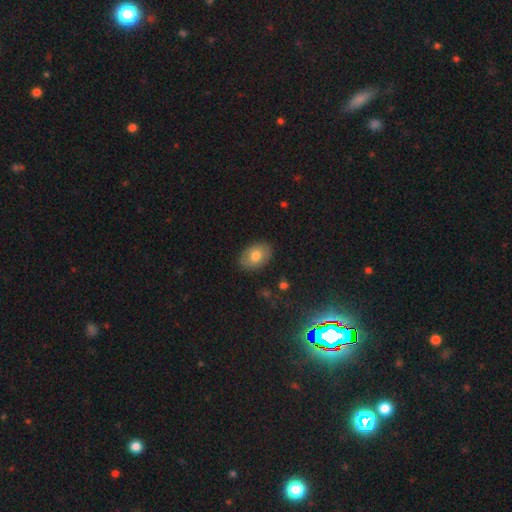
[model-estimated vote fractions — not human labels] Smooth or featured? smooth (75%)
How rounded? in between (83%)
Merging? none (86%)